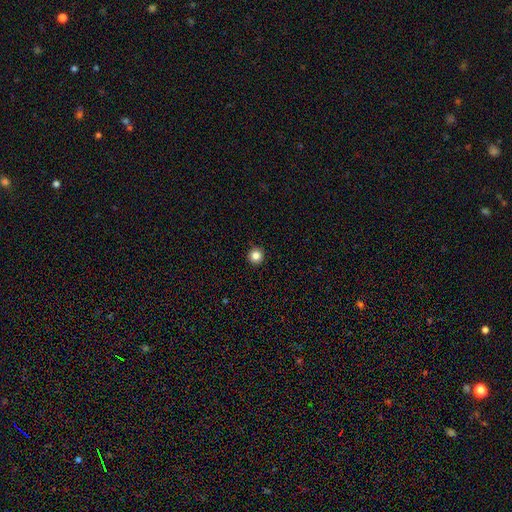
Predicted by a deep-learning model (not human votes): Smooth or featured? Predicted: smooth (p=0.85). How rounded? Predicted: round (p=0.96). Merging? Predicted: none (p=0.93).